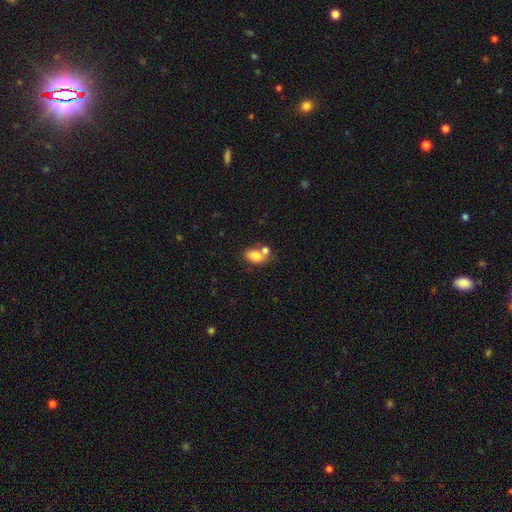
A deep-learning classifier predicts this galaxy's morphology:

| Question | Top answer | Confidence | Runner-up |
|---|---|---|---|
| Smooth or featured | smooth | 81% | featured or disk (10%) |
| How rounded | in between | 87% | round (11%) |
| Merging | none | 45% | merger (37%) |